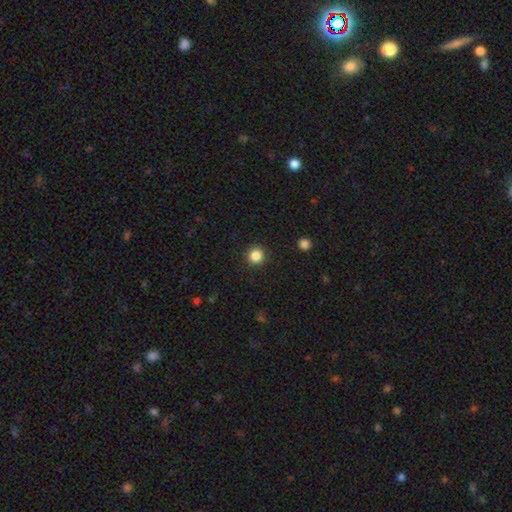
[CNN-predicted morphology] A smooth galaxy with no disk features (85%) that is round (92%).

Vote fractions:
- Smooth or featured? smooth: 85% / star or artifact: 11% / featured or disk: 4%
- How rounded? round: 92% / in between: 7% / cigar-shaped: 1%
- Merging? none: 92% / minor disturbance: 5% / major disturbance: 2% / merger: 1%